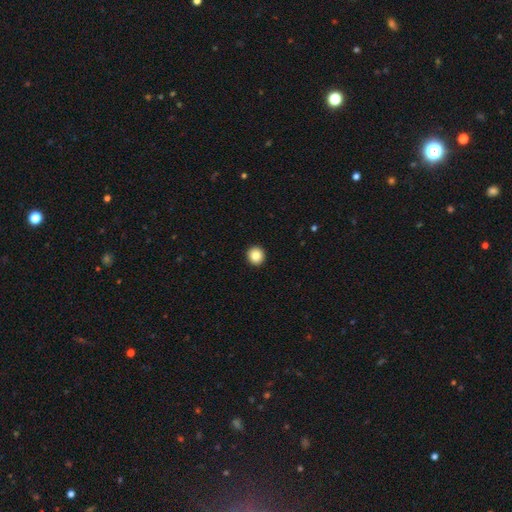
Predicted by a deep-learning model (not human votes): A smooth galaxy with no disk features (85%) that is round (94%).

Vote fractions:
- Smooth or featured? smooth: 85% / star or artifact: 9% / featured or disk: 6%
- How rounded? round: 94% / in between: 5% / cigar-shaped: 1%
- Merging? none: 94% / minor disturbance: 4% / major disturbance: 1% / merger: 1%